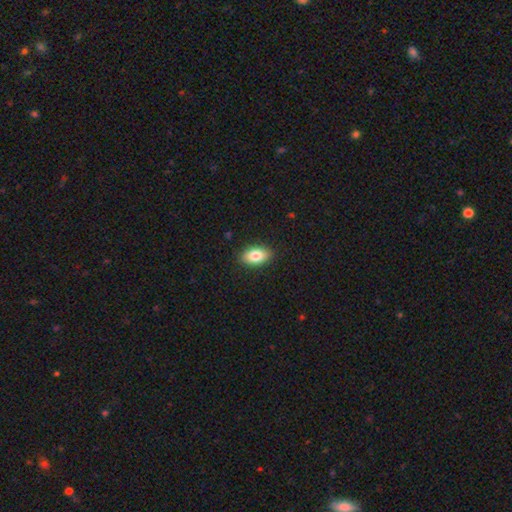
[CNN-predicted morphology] smooth_or_featured: smooth (p=0.83) [alt: featured or disk p=0.10]
how_rounded: in between (p=0.92) [alt: round p=0.06]
merging: none (p=0.89) [alt: minor disturbance p=0.08]